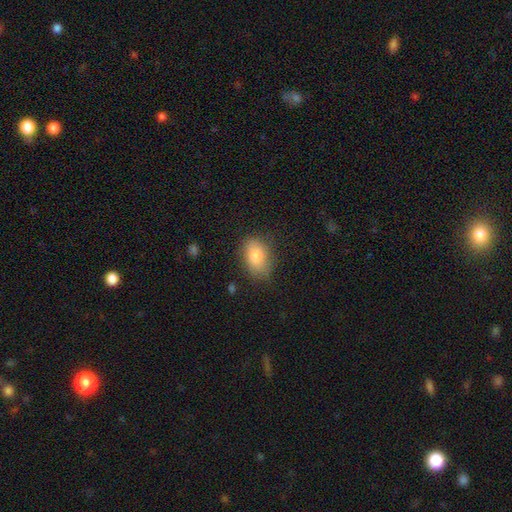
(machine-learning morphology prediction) smooth_or_featured: smooth (p=0.81) [alt: featured or disk p=0.11]
how_rounded: in between (p=0.81) [alt: round p=0.18]
merging: none (p=0.77) [alt: minor disturbance p=0.17]